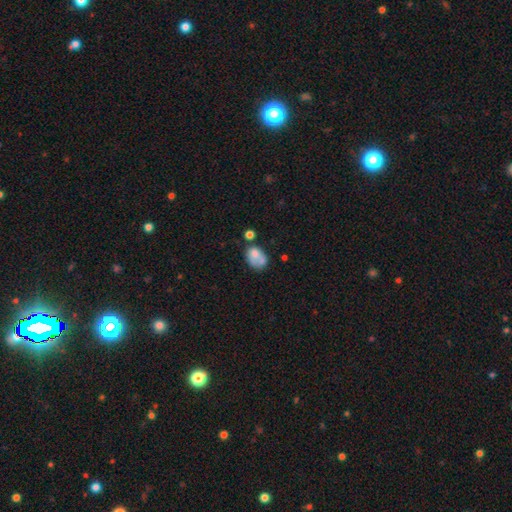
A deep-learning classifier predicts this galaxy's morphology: Smooth or featured: smooth — 64% (featured or disk — 27%)
How rounded: in between — 67% (round — 31%)
Merging: merger — 34% (none — 31%)